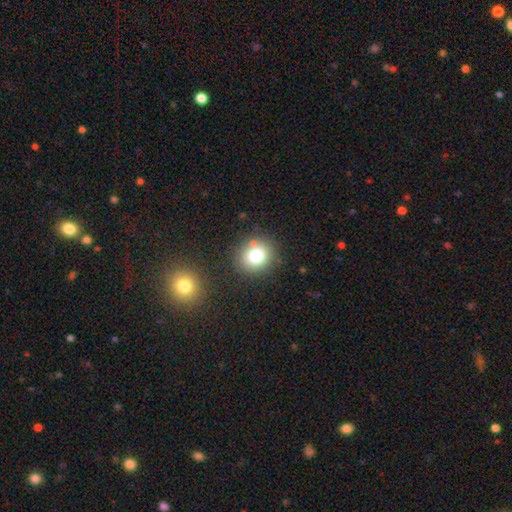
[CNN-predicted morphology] Smooth or featured: smooth — 78% (star or artifact — 13%)
How rounded: round — 82% (in between — 17%)
Merging: none — 82% (minor disturbance — 10%)